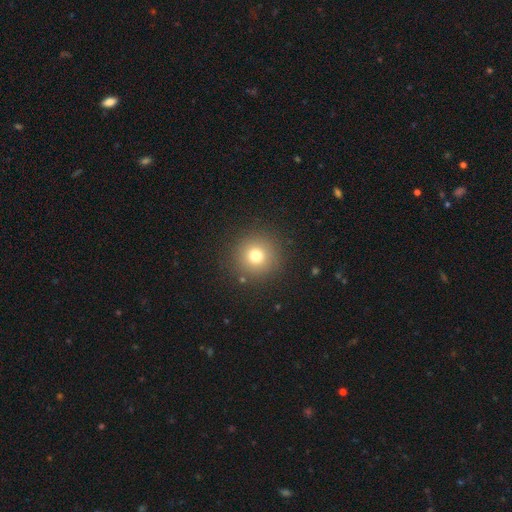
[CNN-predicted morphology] This appears to be a smooth galaxy with no disk features (74%) that is round (95%). Merging: none (89%).